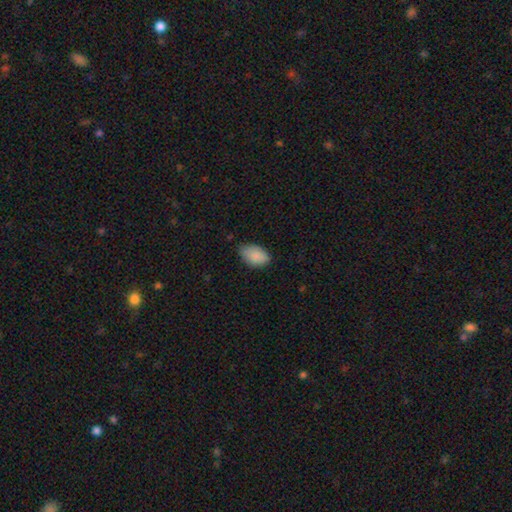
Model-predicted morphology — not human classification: Q: Smooth or featured?
A: smooth (87%); runner-up: star or artifact (7%)
Q: How rounded?
A: in between (91%); runner-up: round (7%)
Q: Merging?
A: none (64%); runner-up: minor disturbance (31%)